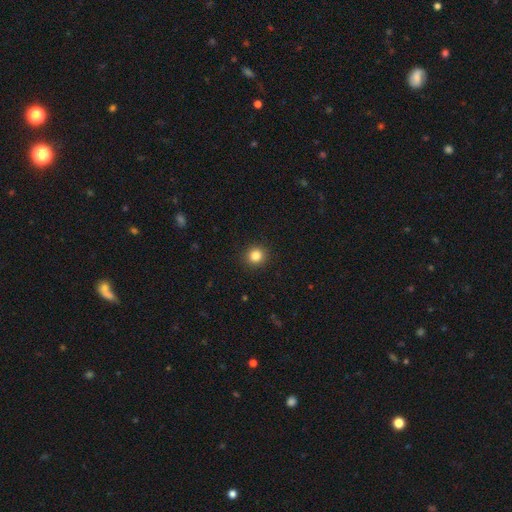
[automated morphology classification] Smooth or featured?
  - smooth: 84% *
  - star or artifact: 11%
  - featured or disk: 4%
How rounded?
  - round: 92% *
  - in between: 7%
  - cigar-shaped: 1%
Merging?
  - none: 93% *
  - minor disturbance: 5%
  - major disturbance: 2%
  - merger: 1%